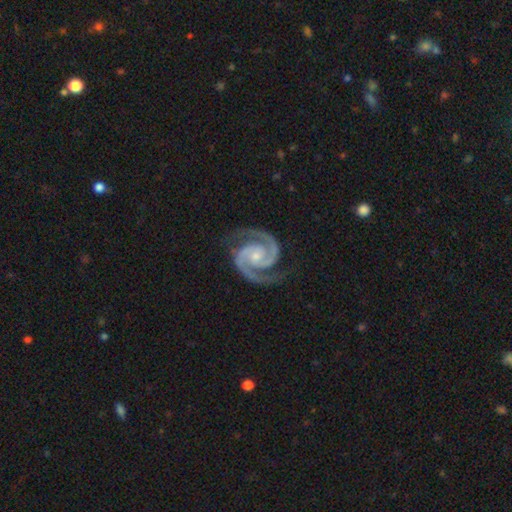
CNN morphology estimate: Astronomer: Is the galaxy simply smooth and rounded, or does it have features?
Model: featured or disk — 95%.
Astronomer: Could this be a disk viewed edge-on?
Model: no — 99%.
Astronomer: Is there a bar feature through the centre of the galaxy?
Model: no — 65%.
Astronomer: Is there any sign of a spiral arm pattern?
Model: yes — 99%.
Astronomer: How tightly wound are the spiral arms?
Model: tight — 53% (runner-up: medium, 43%).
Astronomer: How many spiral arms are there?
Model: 2 — 94%.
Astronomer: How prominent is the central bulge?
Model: small — 60%.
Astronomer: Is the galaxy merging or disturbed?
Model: none — 82%.